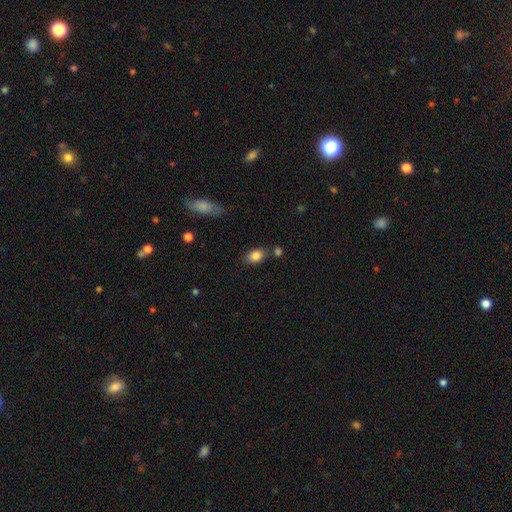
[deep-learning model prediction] smooth_or_featured: smooth (p=0.85) [alt: star or artifact p=0.09]
how_rounded: in between (p=0.81) [alt: round p=0.17]
merging: none (p=0.73) [alt: minor disturbance p=0.15]